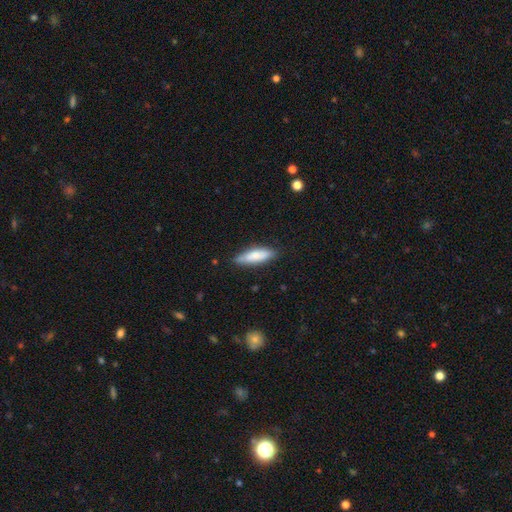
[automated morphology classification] A smooth galaxy with no disk features (77%) that is cigar-shaped (53%). Merging: none (82%).